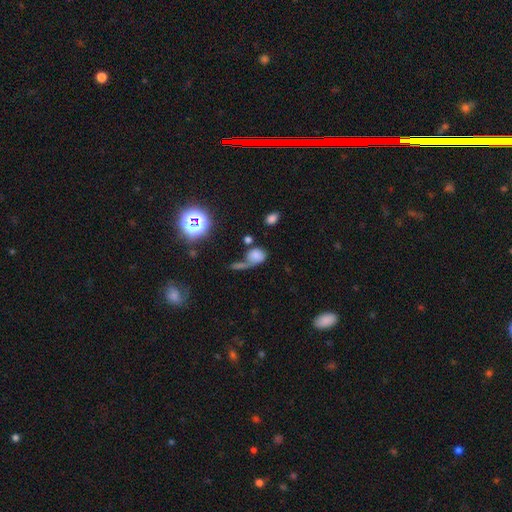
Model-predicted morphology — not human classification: Smooth or featured? Predicted: smooth (p=0.64). How rounded? Predicted: in between (p=0.51). Merging? Predicted: major disturbance (p=0.29).